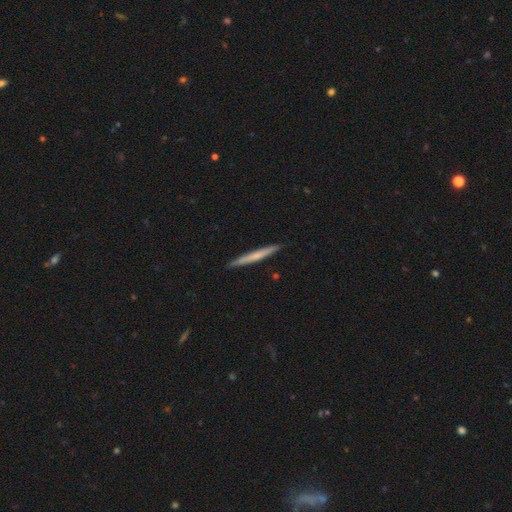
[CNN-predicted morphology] Smooth or featured?
  - smooth: 54% *
  - featured or disk: 40%
  - star or artifact: 5%
How rounded?
  - cigar-shaped: 97% *
  - in between: 2%
  - round: 1%
Merging?
  - none: 91% *
  - minor disturbance: 7%
  - major disturbance: 1%
  - merger: 1%